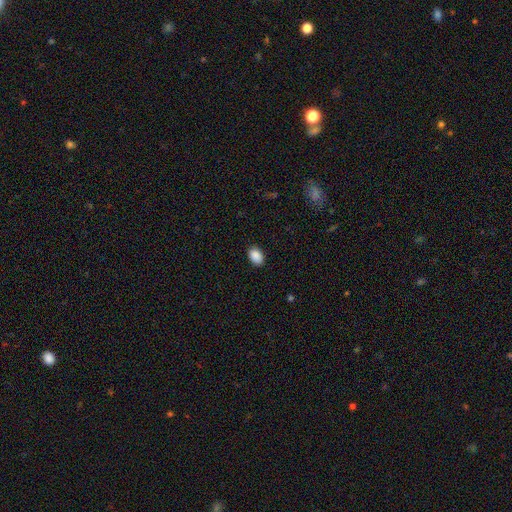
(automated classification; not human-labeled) Smooth or featured: smooth — 90% (star or artifact — 7%)
How rounded: in between — 87% (round — 12%)
Merging: none — 89% (minor disturbance — 8%)